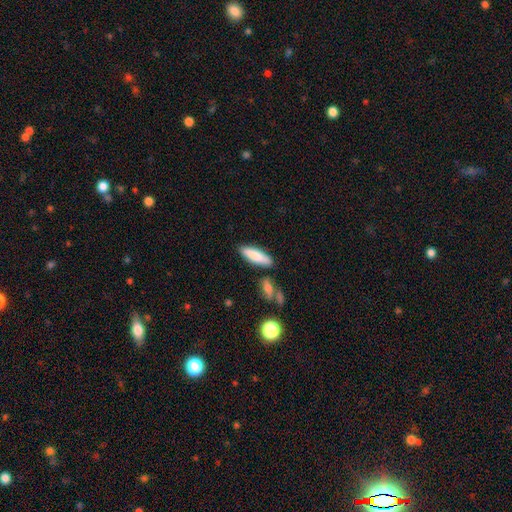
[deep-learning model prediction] smooth 82%, featured or disk 12%, star or artifact 6%. Down the decision tree: how rounded — cigar-shaped (51%); merging — none (80%).